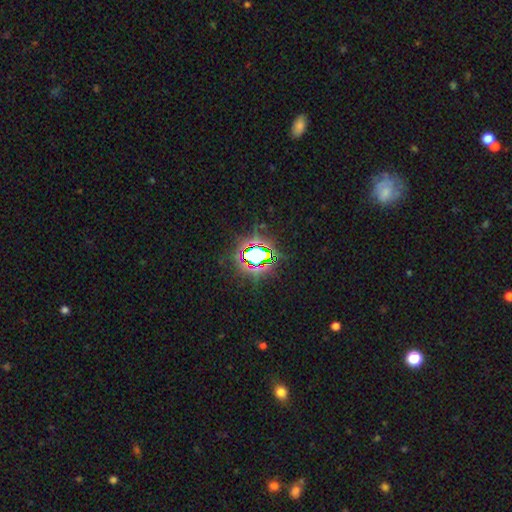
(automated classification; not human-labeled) Morphology: type=star or artifact (75%).